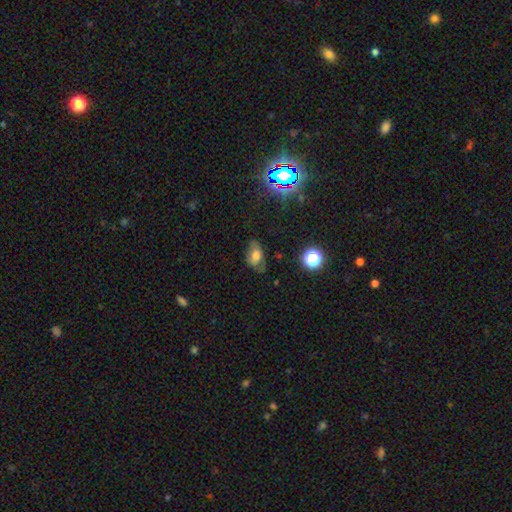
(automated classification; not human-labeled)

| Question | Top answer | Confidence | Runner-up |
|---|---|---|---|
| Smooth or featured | smooth | 59% | featured or disk (26%) |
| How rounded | in between | 86% | round (12%) |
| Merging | none | 54% | minor disturbance (30%) |